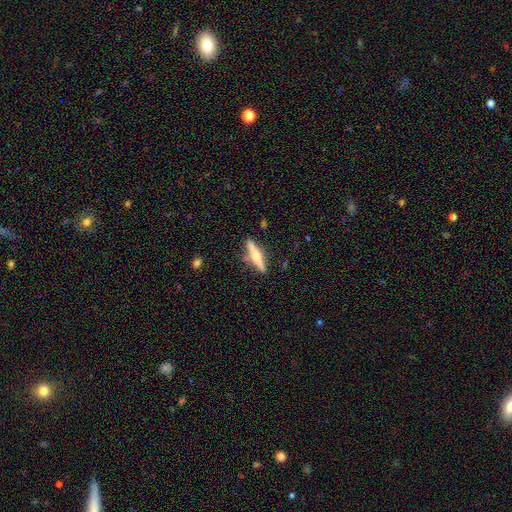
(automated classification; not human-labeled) featured or disk 58%, smooth 36%, star or artifact 6%. Down the decision tree: edge-on disk — yes (97%); edge-on bulge — rounded (82%); merging — none (85%).